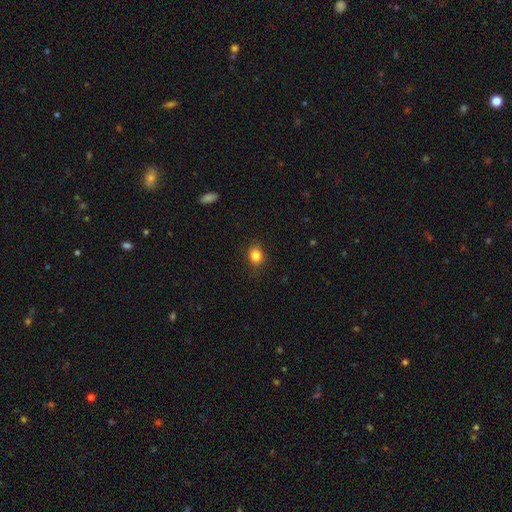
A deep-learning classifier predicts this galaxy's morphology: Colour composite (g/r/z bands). It shows a smooth galaxy with no disk features (84%) that is round (60%). Merging: none (85%).